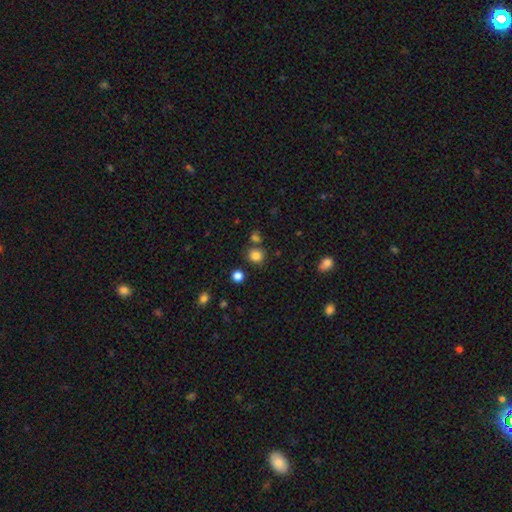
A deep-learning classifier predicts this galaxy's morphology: smooth 82%, star or artifact 13%, featured or disk 5%. Down the decision tree: how rounded — round (86%); merging — none (78%).